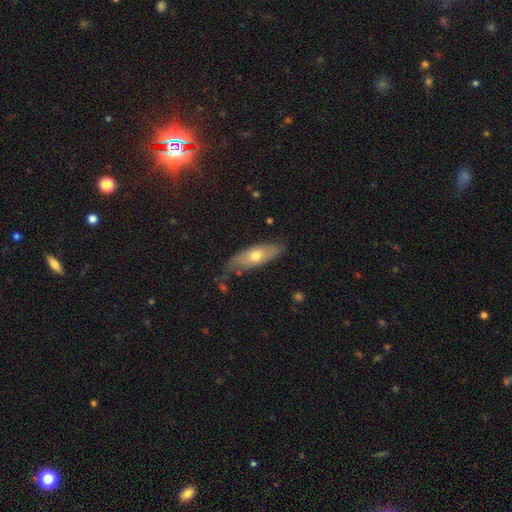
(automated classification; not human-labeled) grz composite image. It shows a smooth galaxy with no disk features (51%) that is in between round and cigar-shaped (58%). Merging: none (67%).